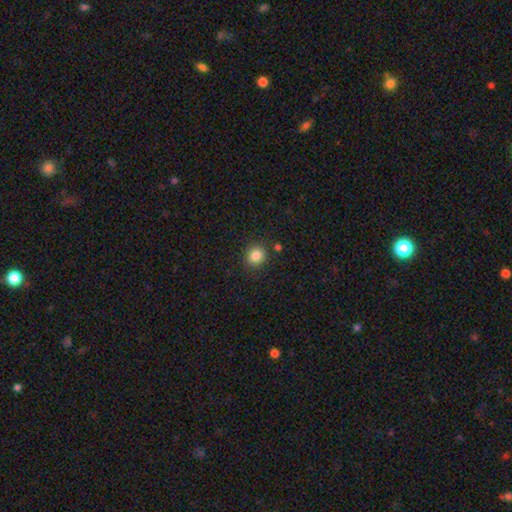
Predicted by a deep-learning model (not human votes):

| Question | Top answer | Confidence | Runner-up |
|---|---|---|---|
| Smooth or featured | smooth | 85% | star or artifact (11%) |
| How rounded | round | 85% | in between (14%) |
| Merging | none | 87% | minor disturbance (8%) |